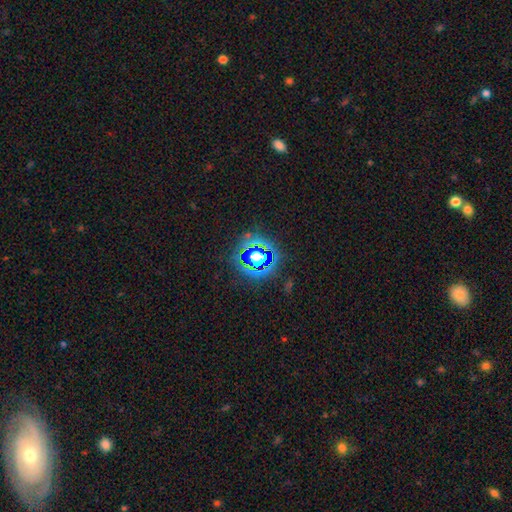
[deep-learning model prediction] Smooth or featured? star or artifact (59%)